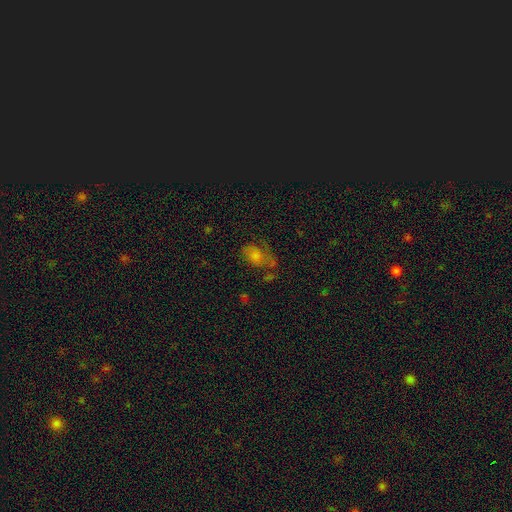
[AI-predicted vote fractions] smooth 48%, featured or disk 35%, star or artifact 17%. Down the decision tree: merging — none (37%).